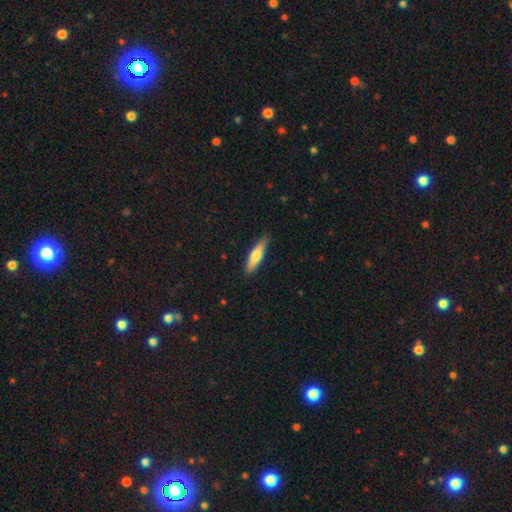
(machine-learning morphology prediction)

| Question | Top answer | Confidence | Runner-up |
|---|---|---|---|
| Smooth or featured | smooth | 66% | featured or disk (28%) |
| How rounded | cigar-shaped | 74% | in between (25%) |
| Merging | none | 85% | minor disturbance (12%) |